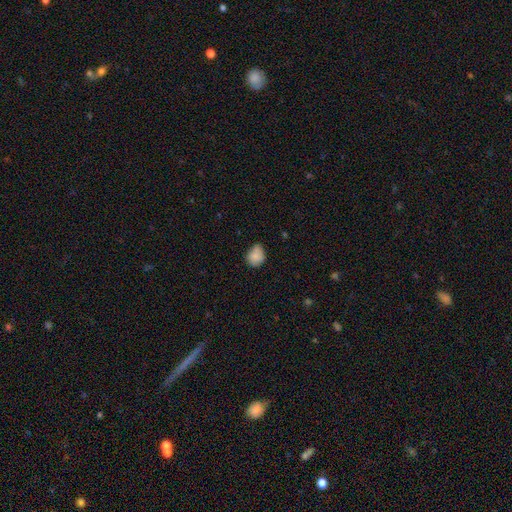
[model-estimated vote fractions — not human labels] This appears to be a smooth galaxy with no disk features (85%) that is round (61%). Merging: none (58%).